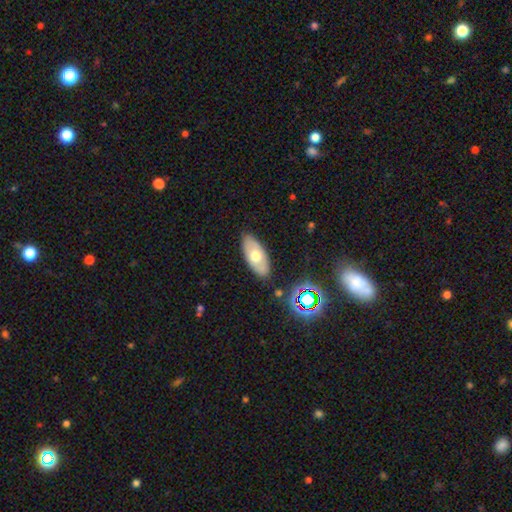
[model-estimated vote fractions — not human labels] Q: Smooth or featured?
A: smooth (55%); runner-up: featured or disk (37%)
Q: How rounded?
A: in between (90%); runner-up: cigar-shaped (7%)
Q: Merging?
A: none (85%); runner-up: minor disturbance (11%)